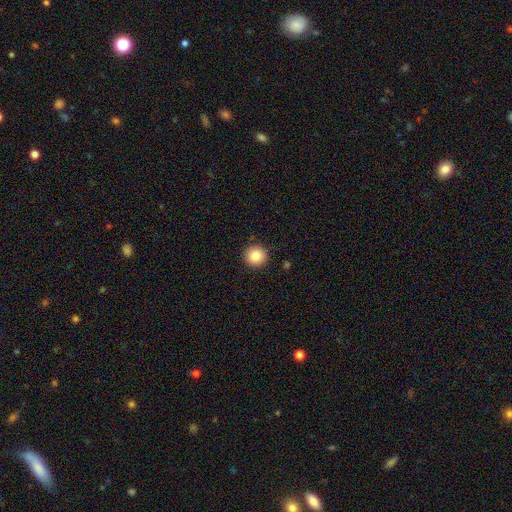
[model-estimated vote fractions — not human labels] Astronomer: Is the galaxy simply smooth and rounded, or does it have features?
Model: smooth — 85%.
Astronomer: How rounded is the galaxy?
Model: round — 95%.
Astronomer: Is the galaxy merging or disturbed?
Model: none — 91%.